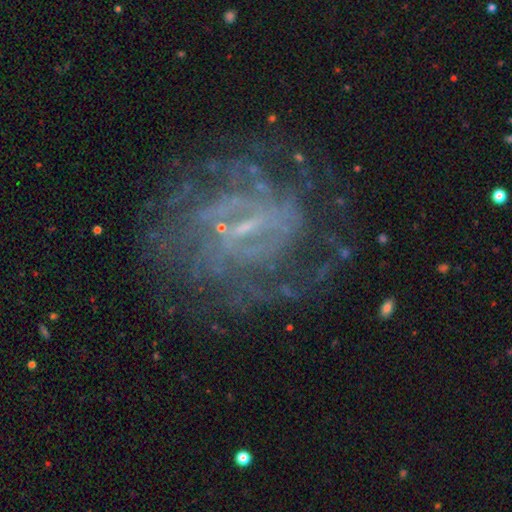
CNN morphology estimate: smooth_or_featured: featured or disk (p=0.83) [alt: star or artifact p=0.10]
disk_edge_on: no (p=0.97) [alt: yes p=0.03]
bar: weak (p=0.55) [alt: strong p=0.24]
has_spiral_arms: yes (p=0.88) [alt: no p=0.12]
spiral_winding: tight (p=0.55) [alt: medium p=0.34]
spiral_arm_count: can't tell (p=0.47) [alt: 2 p=0.15]
bulge_size: small (p=0.64) [alt: none p=0.19]
merging: none (p=0.65) [alt: minor disturbance p=0.16]